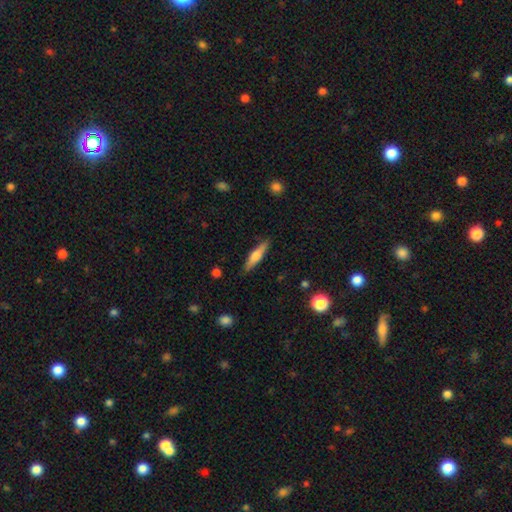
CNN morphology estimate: smooth-or-featured: smooth: 55% | featured or disk: 39% | star or artifact: 6%
  how-rounded: cigar-shaped: 81% | in between: 17% | round: 2%
  merging: none: 88% | minor disturbance: 9% | major disturbance: 2% | merger: 1%